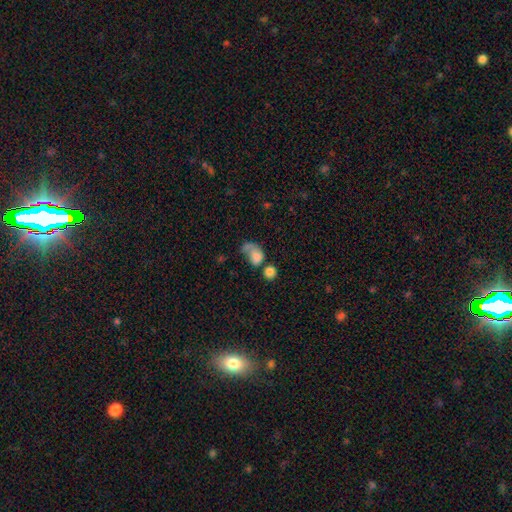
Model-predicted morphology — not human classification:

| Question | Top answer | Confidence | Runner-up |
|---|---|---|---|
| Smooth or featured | smooth | 71% | featured or disk (19%) |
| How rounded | in between | 62% | round (36%) |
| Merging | major disturbance | 34% | merger (30%) |